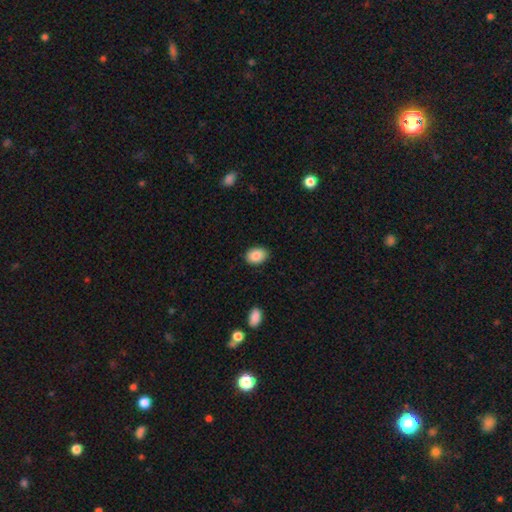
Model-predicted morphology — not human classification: The model was most divided on "how rounded": in between: 75%, round: 24%, cigar-shaped: 1%. More confident: smooth or featured — smooth (87%); merging — none (86%).